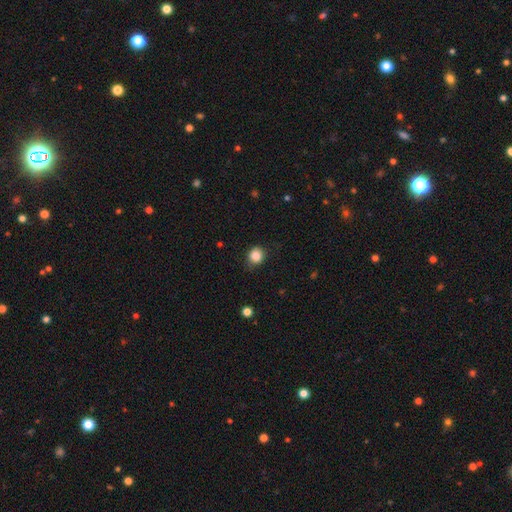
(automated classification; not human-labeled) smooth-or-featured: smooth: 86% | star or artifact: 10% | featured or disk: 4%
  how-rounded: round: 83% | in between: 16% | cigar-shaped: 1%
  merging: none: 82% | minor disturbance: 14% | major disturbance: 3% | merger: 1%